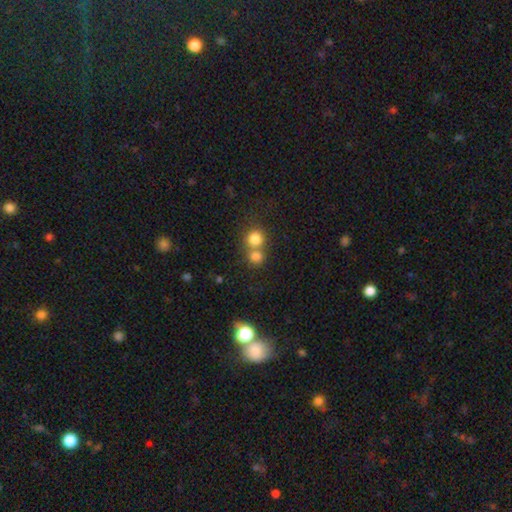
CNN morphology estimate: Q: Smooth or featured?
A: smooth (77%); runner-up: star or artifact (14%)
Q: How rounded?
A: round (86%); runner-up: in between (13%)
Q: Merging?
A: none (46%); tied with: merger (46%)